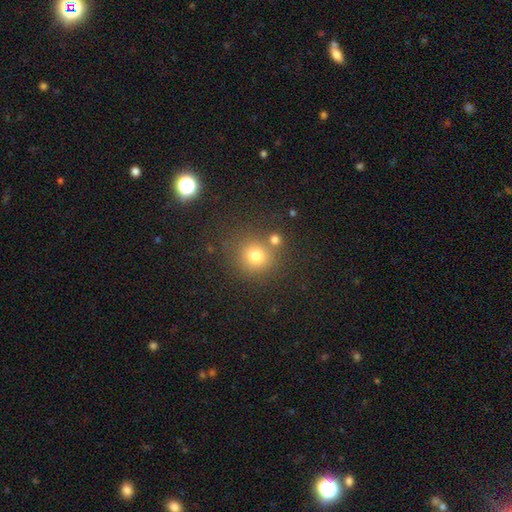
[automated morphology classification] Smooth or featured?
  - smooth: 75% *
  - star or artifact: 17%
  - featured or disk: 8%
How rounded?
  - round: 91% *
  - in between: 8%
  - cigar-shaped: 1%
Merging?
  - none: 75% *
  - merger: 12%
  - minor disturbance: 9%
  - major disturbance: 4%